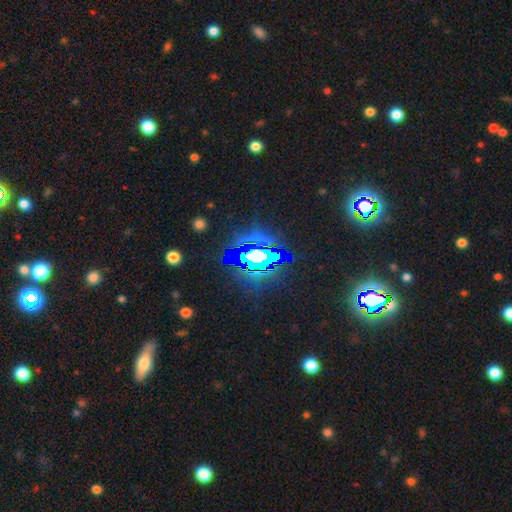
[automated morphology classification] Q: Smooth or featured?
A: star or artifact (71%); runner-up: featured or disk (15%)